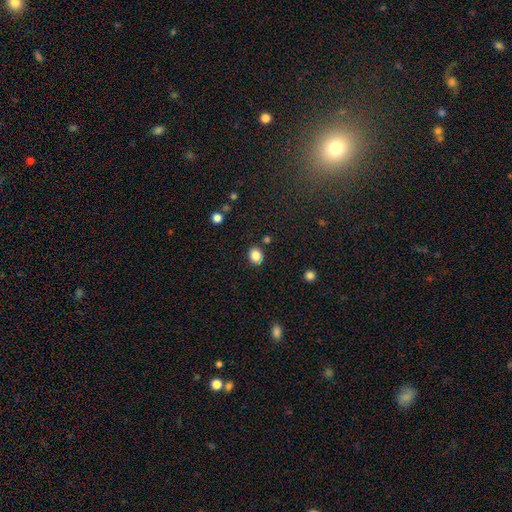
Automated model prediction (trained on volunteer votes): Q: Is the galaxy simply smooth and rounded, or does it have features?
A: smooth — 85%.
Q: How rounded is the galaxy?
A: round — 60%.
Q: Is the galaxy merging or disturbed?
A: none — 86%.